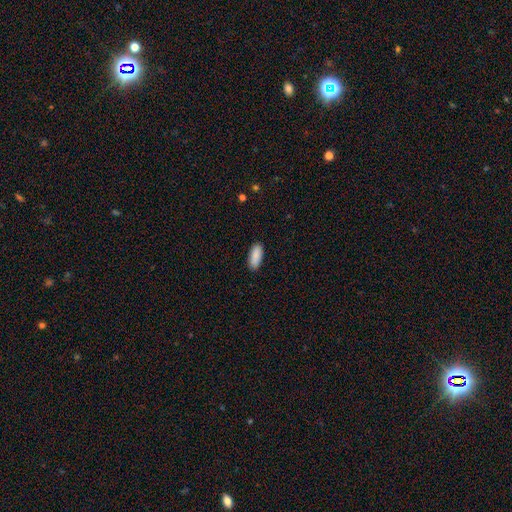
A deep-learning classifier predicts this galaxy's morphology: This is clearly a smooth galaxy (90%). How rounded: clearly in between (80%). Merging: clearly none (89%).